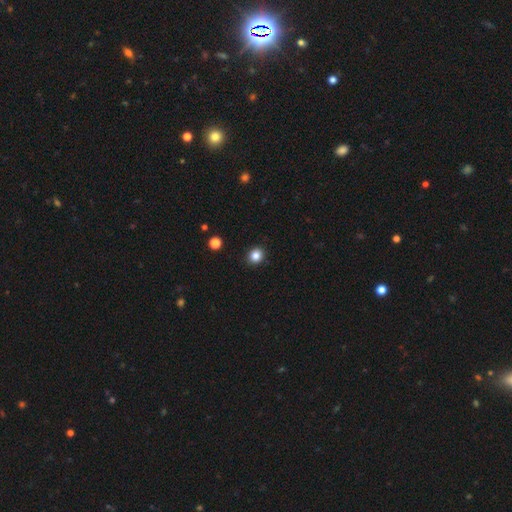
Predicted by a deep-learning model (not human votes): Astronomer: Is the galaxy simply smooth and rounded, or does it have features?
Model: smooth — 84%.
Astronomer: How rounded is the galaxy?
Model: round — 78%.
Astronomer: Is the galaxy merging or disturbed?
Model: none — 91%.